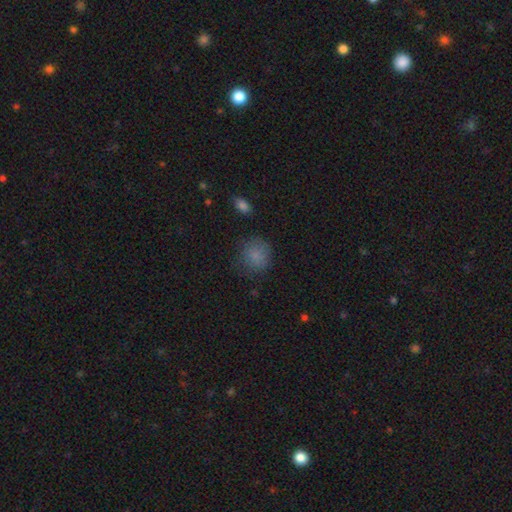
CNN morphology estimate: Smooth or featured? smooth (80%)
How rounded? round (84%)
Merging? none (73%)